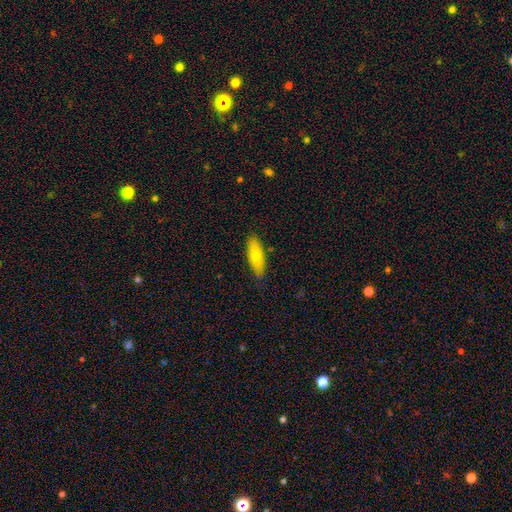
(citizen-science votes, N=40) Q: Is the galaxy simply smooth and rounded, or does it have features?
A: smooth — 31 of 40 (78%).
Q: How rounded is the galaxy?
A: in between — 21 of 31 (68%).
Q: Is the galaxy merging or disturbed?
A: none — 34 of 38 (89%).